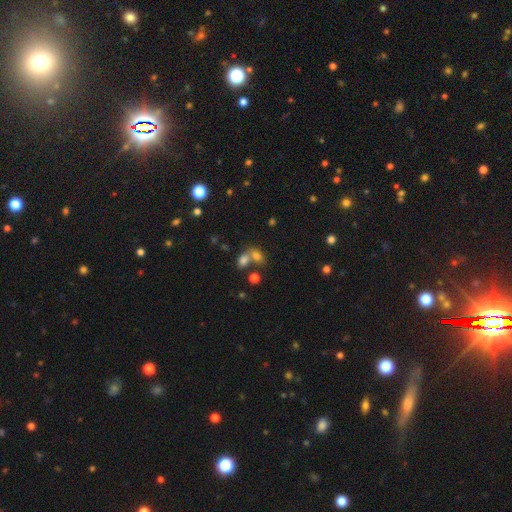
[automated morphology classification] A smooth galaxy with no disk features (74%) that is in between round and cigar-shaped (73%).

Vote fractions:
- Smooth or featured? smooth: 74% / star or artifact: 14% / featured or disk: 12%
- How rounded? in between: 73% / round: 25% / cigar-shaped: 2%
- Merging? merger: 53% / none: 33% / minor disturbance: 9% / major disturbance: 5%